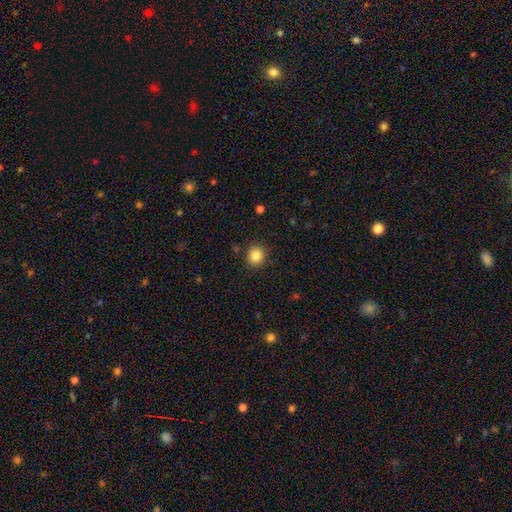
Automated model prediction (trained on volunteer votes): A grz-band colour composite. It shows a smooth galaxy with no disk features (85%) that is round (83%). Merging: none (90%).